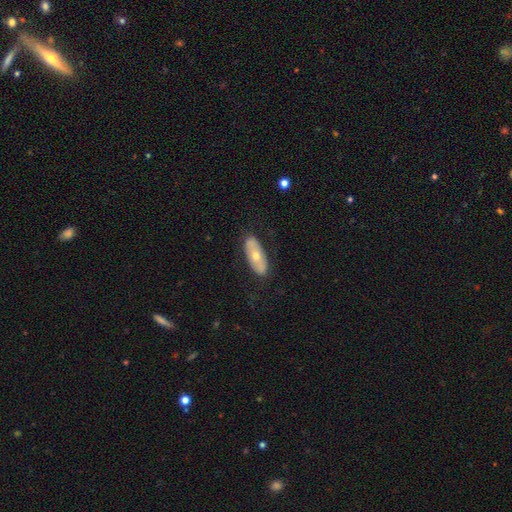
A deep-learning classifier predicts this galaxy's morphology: A smooth galaxy with no disk features (51%) that is in between round and cigar-shaped (82%). Merging: none (82%).